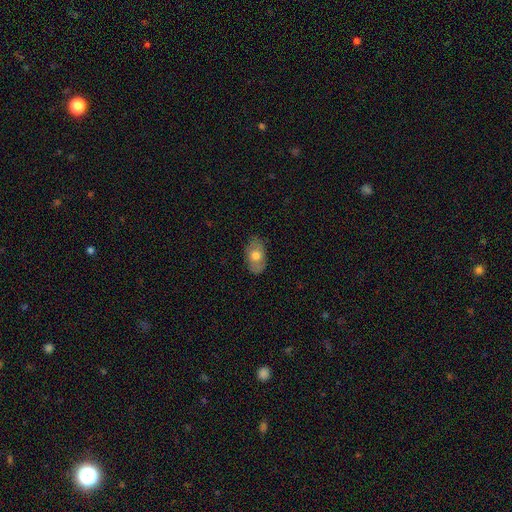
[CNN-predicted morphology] smooth_or_featured: smooth (p=0.67) [alt: featured or disk p=0.26]
how_rounded: in between (p=0.90) [alt: round p=0.08]
merging: none (p=0.82) [alt: minor disturbance p=0.14]